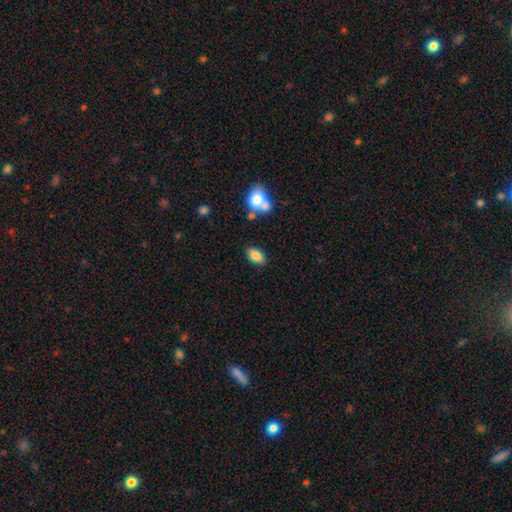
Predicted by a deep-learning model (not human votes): This is clearly a smooth galaxy (84%). How rounded: clearly in between (90%). Merging: clearly none (82%).